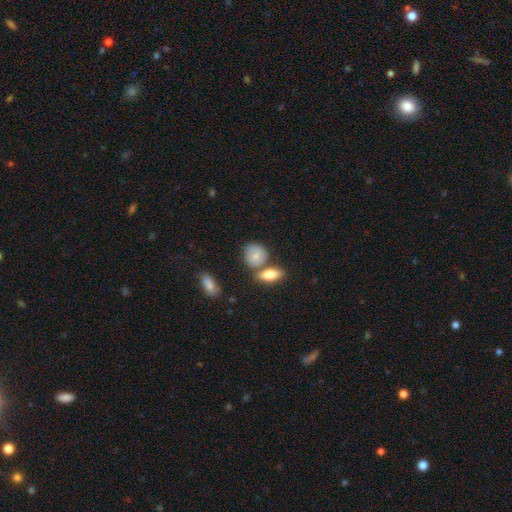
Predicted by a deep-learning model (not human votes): A smooth galaxy with no disk features (80%) that is round (58%). Merging: none (59%).